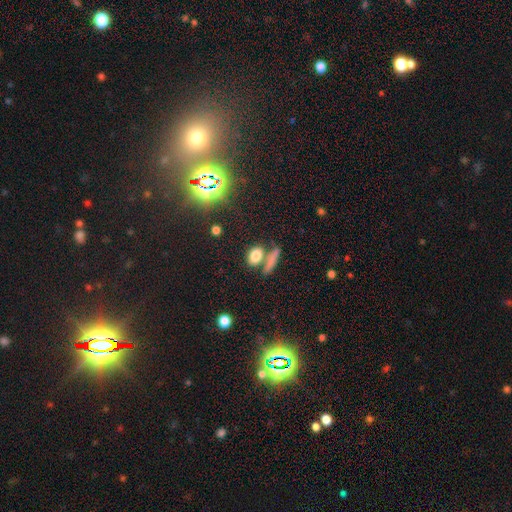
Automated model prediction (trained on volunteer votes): This appears to be a smooth galaxy with no disk features (77%) that is in between round and cigar-shaped (73%). Merging: none (59%).